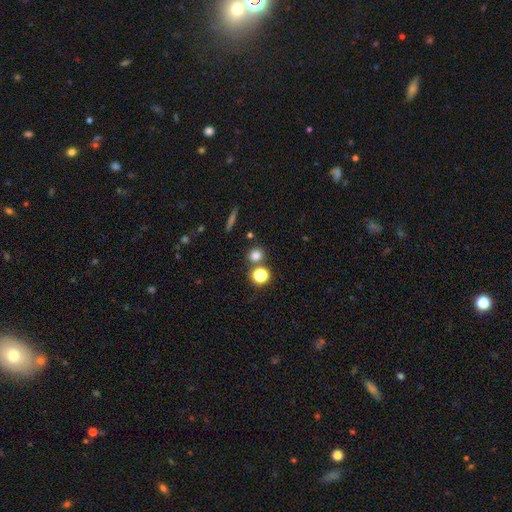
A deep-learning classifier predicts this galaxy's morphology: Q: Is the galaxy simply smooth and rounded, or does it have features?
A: smooth — 77%.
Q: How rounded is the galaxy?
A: round — 86%.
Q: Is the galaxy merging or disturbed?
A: none — 70%.